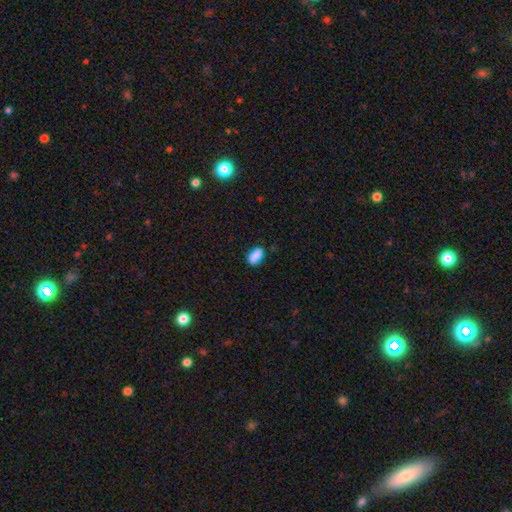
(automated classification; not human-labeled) A smooth galaxy with no disk features (84%) that is in between round and cigar-shaped (88%).

Vote fractions:
- Smooth or featured? smooth: 84% / star or artifact: 8% / featured or disk: 8%
- How rounded? in between: 88% / round: 6% / cigar-shaped: 6%
- Merging? none: 75% / minor disturbance: 18% / major disturbance: 4% / merger: 3%